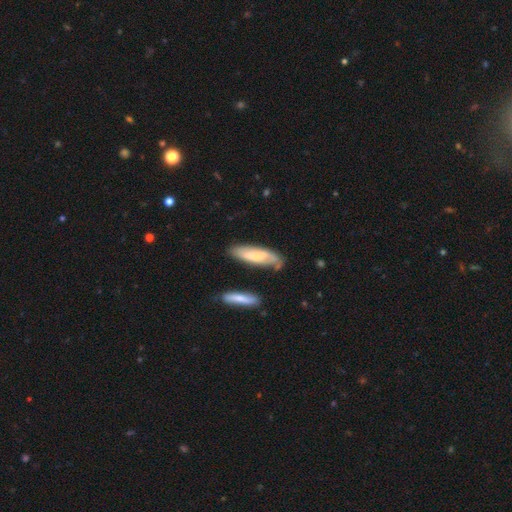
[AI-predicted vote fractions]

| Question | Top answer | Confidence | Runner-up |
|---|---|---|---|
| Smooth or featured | smooth | 56% | featured or disk (38%) |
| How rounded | cigar-shaped | 54% | in between (45%) |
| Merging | none | 64% | minor disturbance (23%) |